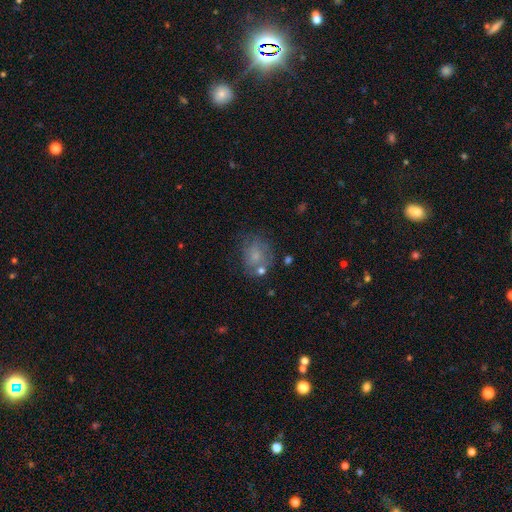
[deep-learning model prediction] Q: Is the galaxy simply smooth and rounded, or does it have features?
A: smooth — 57%.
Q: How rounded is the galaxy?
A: round — 62%.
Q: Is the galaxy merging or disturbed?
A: none — 56%.